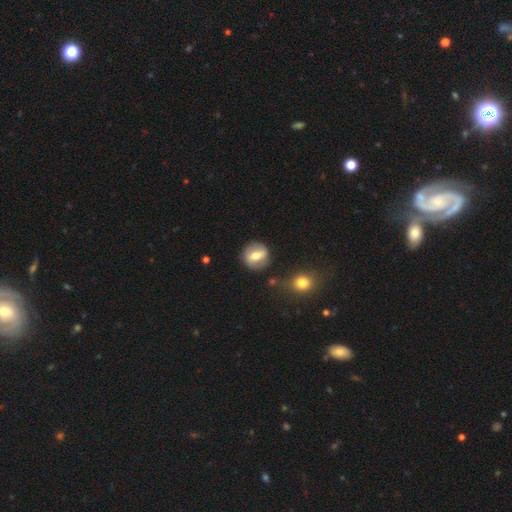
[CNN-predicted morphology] smooth 50%, featured or disk 43%, star or artifact 7%. Down the decision tree: merging — none (81%).